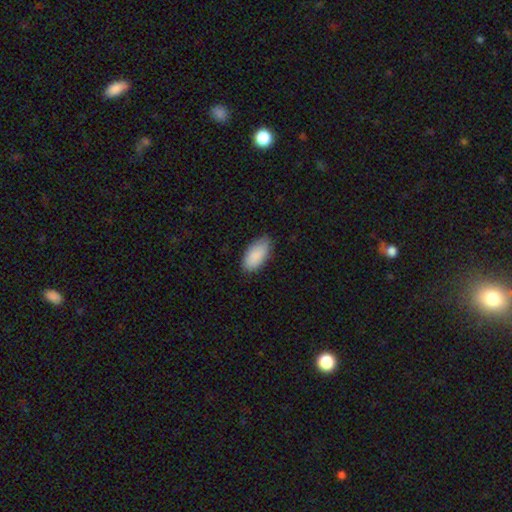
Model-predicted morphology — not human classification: Smooth or featured? smooth (89%)
How rounded? in between (93%)
Merging? none (79%)